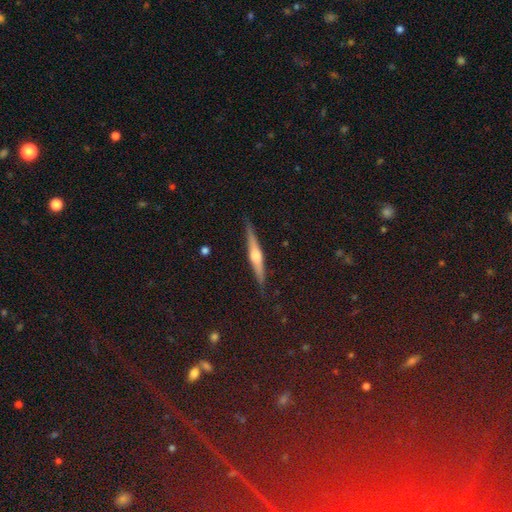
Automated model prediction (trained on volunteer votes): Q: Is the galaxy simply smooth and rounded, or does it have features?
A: featured or disk — 73%.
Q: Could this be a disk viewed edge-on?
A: yes — 98%.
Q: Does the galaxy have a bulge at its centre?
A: rounded — 87%.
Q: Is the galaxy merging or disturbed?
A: none — 89%.